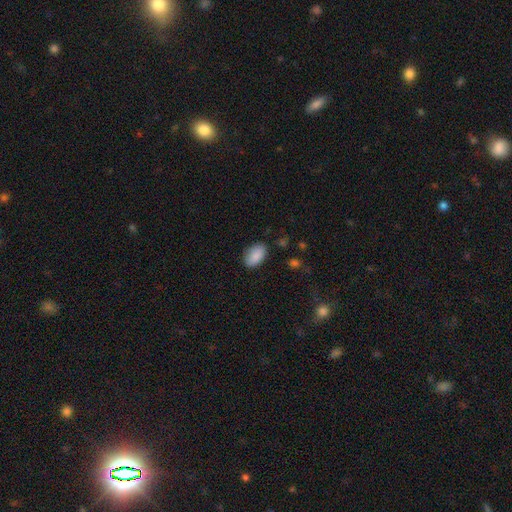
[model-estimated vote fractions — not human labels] Smooth or featured: smooth — 89% (star or artifact — 6%)
How rounded: in between — 93% (round — 5%)
Merging: none — 83% (minor disturbance — 12%)